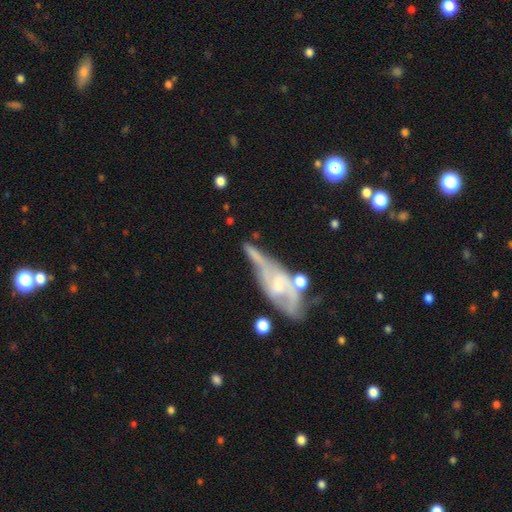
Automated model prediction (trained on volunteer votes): Smooth or featured?
  - featured or disk: 58% *
  - smooth: 34%
  - star or artifact: 8%
Edge-on disk?
  - no: 62% *
  - yes: 38%
Merging?
  - none: 44% *
  - minor disturbance: 22%
  - merger: 19%
  - major disturbance: 15%